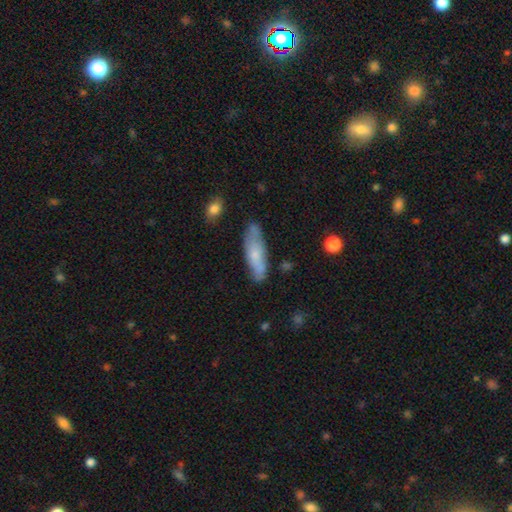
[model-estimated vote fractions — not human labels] Morphology: type=smooth (63%); roundness=cigar-shaped (52%); merging=none (72%).